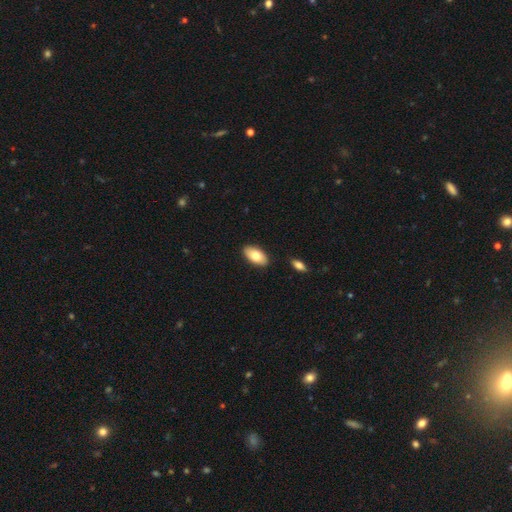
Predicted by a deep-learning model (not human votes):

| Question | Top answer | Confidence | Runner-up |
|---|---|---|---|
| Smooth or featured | smooth | 78% | featured or disk (16%) |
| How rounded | in between | 94% | cigar-shaped (3%) |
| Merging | none | 87% | minor disturbance (9%) |